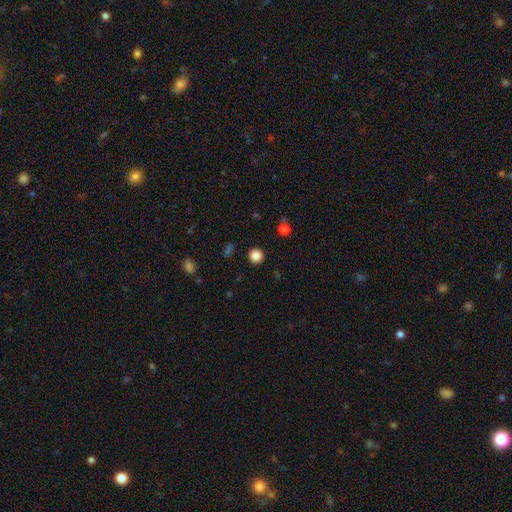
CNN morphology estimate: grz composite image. It shows a smooth galaxy with no disk features (85%) that is round (95%). Merging: none (92%).